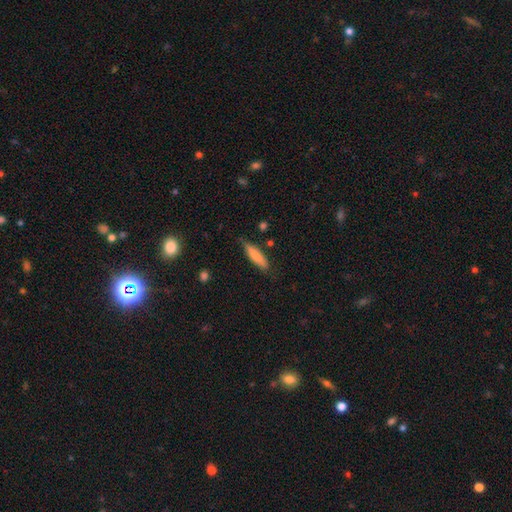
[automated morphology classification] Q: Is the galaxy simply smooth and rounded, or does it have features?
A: smooth — 78%.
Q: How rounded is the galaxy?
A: cigar-shaped — 71%.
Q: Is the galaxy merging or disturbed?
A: none — 76%.